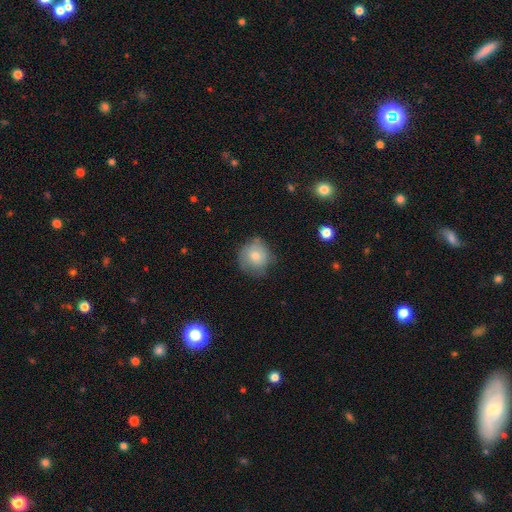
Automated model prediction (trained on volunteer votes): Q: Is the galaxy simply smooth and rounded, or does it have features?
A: smooth — 73%.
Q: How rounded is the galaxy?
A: round — 87%.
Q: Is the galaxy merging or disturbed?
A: none — 63%.